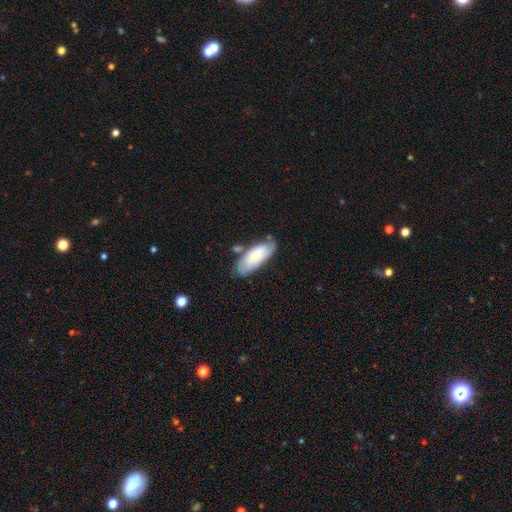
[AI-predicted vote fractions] This appears to be a smooth galaxy with no disk features (59%) that is in between round and cigar-shaped (74%). Merging: none (62%).